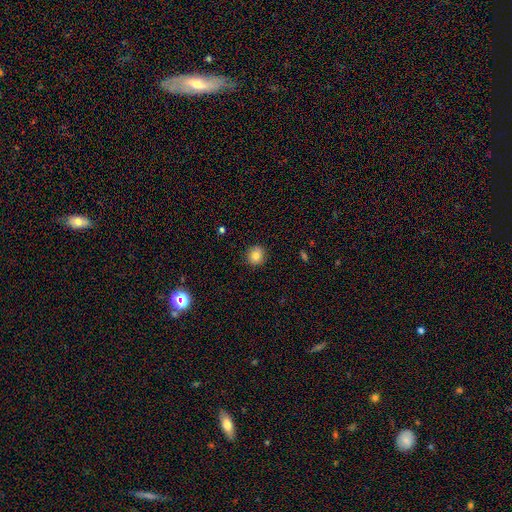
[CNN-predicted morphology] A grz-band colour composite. It shows a smooth galaxy with no disk features (81%) that is round (91%). Merging: none (90%).